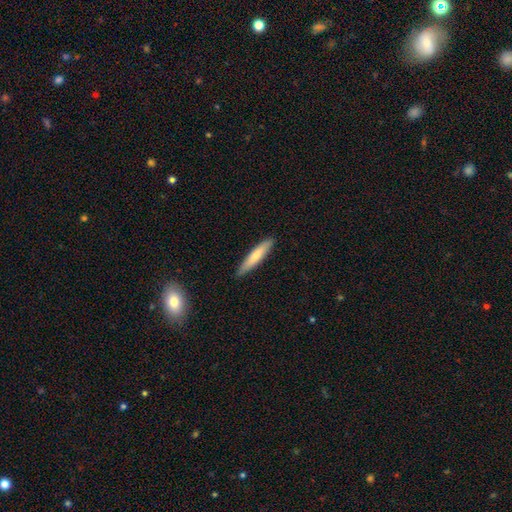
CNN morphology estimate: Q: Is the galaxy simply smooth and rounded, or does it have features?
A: smooth — 73%.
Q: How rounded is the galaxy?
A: cigar-shaped — 89%.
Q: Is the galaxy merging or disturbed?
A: none — 89%.